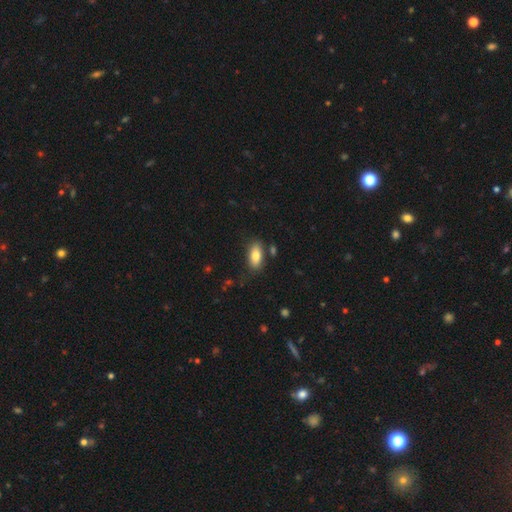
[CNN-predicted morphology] Smooth or featured? Predicted: smooth (p=0.82). How rounded? Predicted: in between (p=0.89). Merging? Predicted: none (p=0.80).